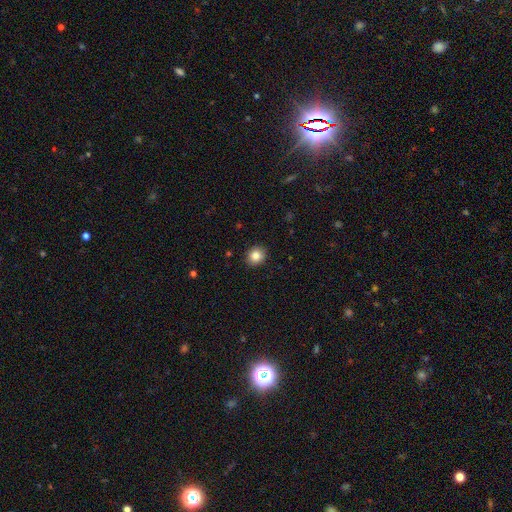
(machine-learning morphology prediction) The model was most divided on "how rounded": round: 78%, in between: 21%, cigar-shaped: 1%. More confident: merging — none (91%); smooth or featured — smooth (84%).